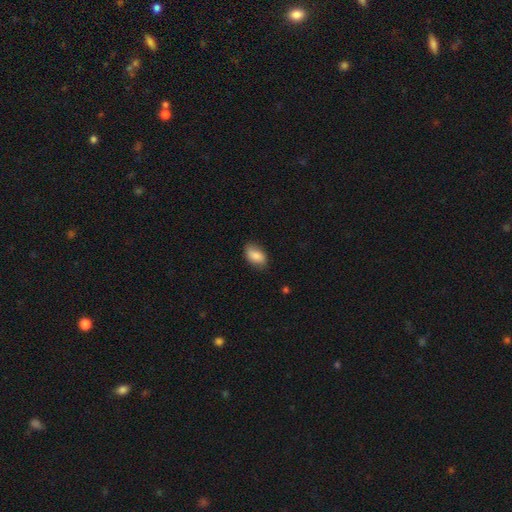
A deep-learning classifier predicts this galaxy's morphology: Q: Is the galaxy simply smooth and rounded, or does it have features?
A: smooth — 85%.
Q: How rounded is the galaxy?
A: in between — 92%.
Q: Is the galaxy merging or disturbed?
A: none — 80%.